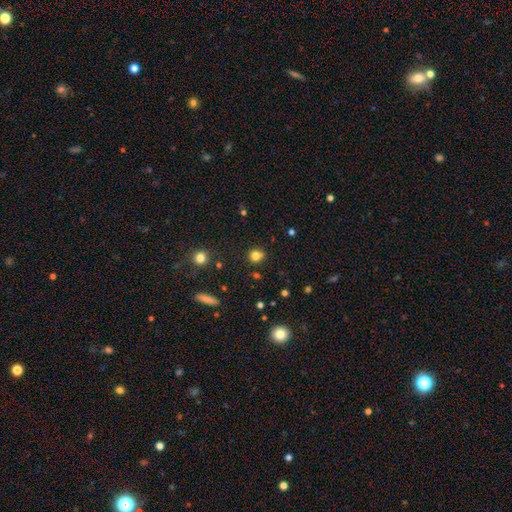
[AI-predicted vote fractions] This appears to be a smooth galaxy with no disk features (79%) that is round (84%). Merging: none (81%).